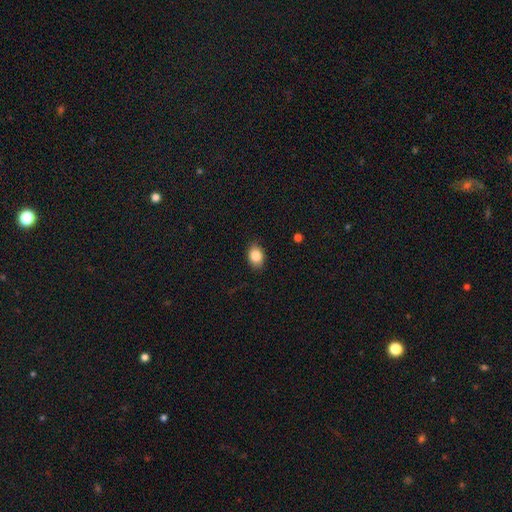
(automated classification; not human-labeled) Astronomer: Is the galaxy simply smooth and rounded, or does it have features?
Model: smooth — 86%.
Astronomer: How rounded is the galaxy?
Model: in between — 76%.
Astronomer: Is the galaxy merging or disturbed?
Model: none — 86%.